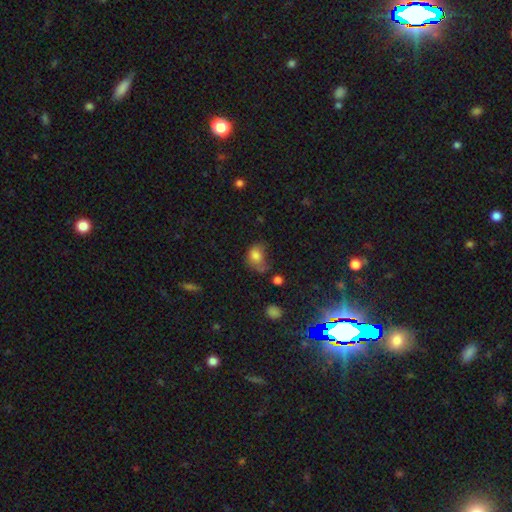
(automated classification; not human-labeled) A smooth galaxy with no disk features (77%) that is in between round and cigar-shaped (57%). Merging: none (35%).